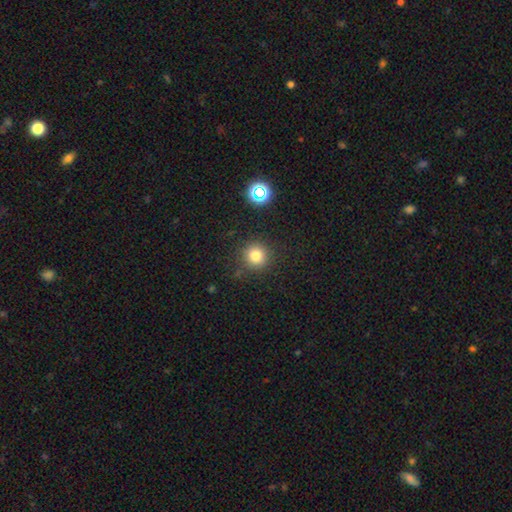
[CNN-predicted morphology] smooth 78%, star or artifact 15%, featured or disk 7%. Down the decision tree: how rounded — round (94%); merging — none (87%).